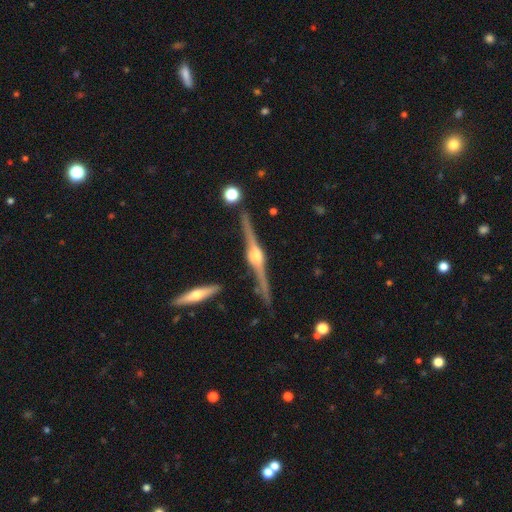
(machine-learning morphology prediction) A featured or disk galaxy (90%) viewed edge-on (99%) with a rounded central bulge (92%).

Vote fractions:
- Smooth or featured? featured or disk: 90% / star or artifact: 5% / smooth: 5%
- Edge-on disk? yes: 99% / no: 1%
- Edge-on bulge? rounded: 92% / boxy: 7% / none: 2%
- Merging? none: 88% / minor disturbance: 8% / merger: 2% / major disturbance: 2%